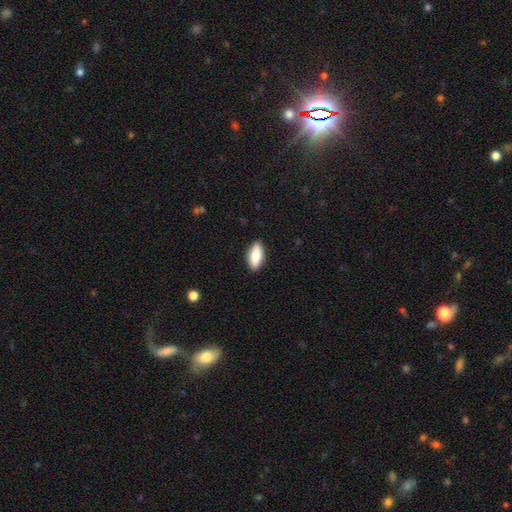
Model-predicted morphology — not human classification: Smooth or featured? smooth (81%)
How rounded? in between (83%)
Merging? none (90%)